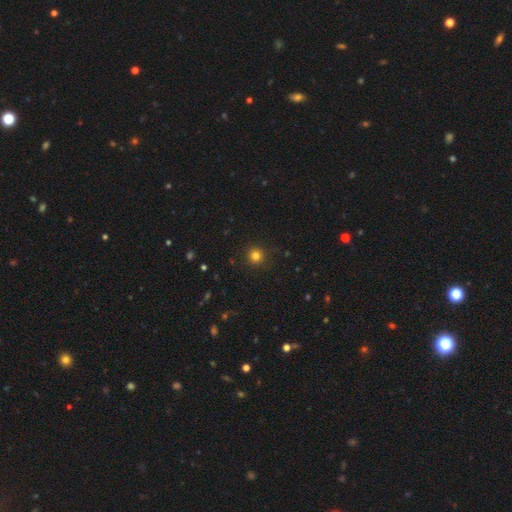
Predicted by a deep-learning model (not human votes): The model was most divided on "smooth or featured": smooth: 81%, star or artifact: 14%, featured or disk: 5%. More confident: how rounded — round (95%); merging — none (92%).